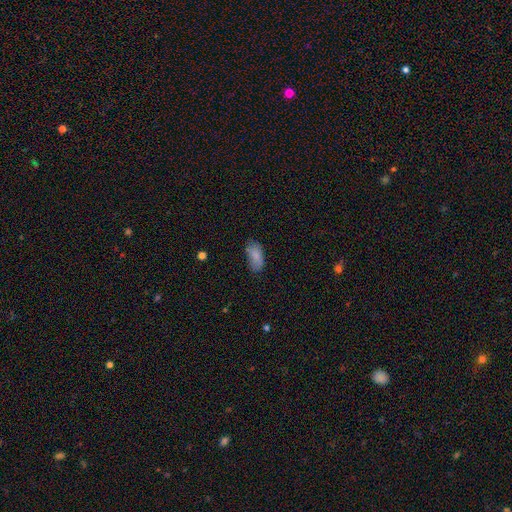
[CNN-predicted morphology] Smooth or featured?
  - smooth: 85% *
  - featured or disk: 8%
  - star or artifact: 7%
How rounded?
  - in between: 92% *
  - cigar-shaped: 6%
  - round: 2%
Merging?
  - none: 68% *
  - minor disturbance: 24%
  - major disturbance: 6%
  - merger: 2%